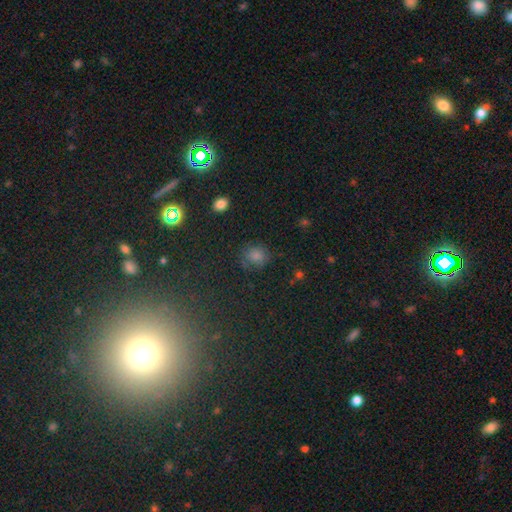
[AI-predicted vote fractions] The model was most divided on "how rounded": round: 77%, in between: 21%, cigar-shaped: 1%. More confident: smooth or featured — smooth (75%); merging — none (74%).